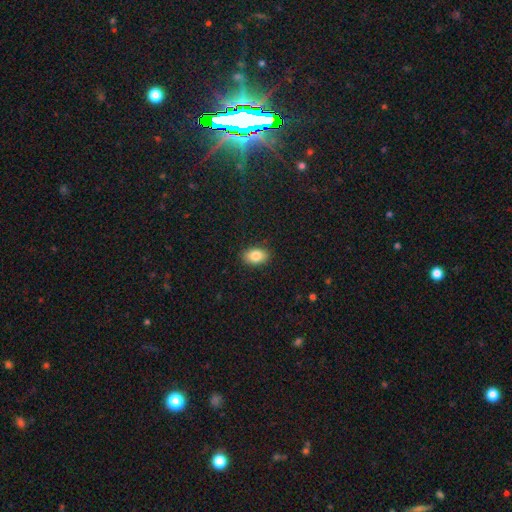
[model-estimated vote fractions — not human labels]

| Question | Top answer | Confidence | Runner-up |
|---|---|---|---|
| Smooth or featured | smooth | 85% | star or artifact (8%) |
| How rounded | in between | 88% | round (10%) |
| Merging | none | 89% | minor disturbance (8%) |